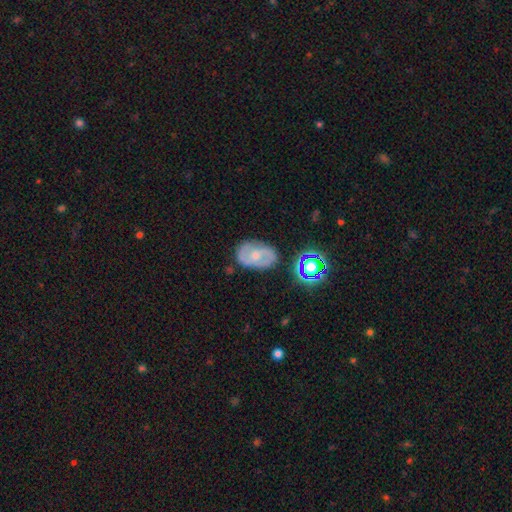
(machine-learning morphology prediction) Overall: featured or disk (58%; smooth 32%). Edge-on disk: no (95%). Bar: no (48%; weak 40%). Spiral arms: yes (75%). Bulge size: small (47%; moderate 44%). Merging: none (71%).